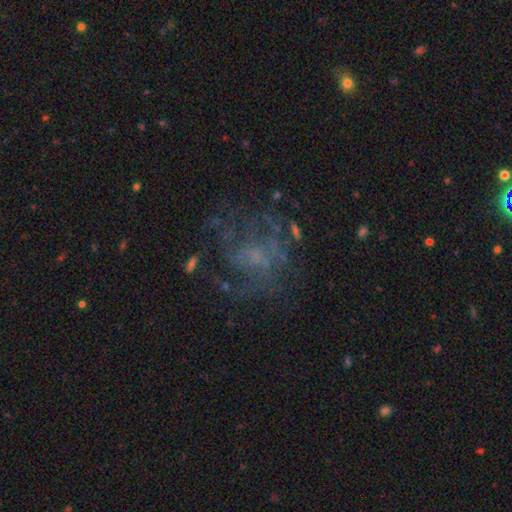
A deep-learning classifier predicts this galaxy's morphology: type=featured or disk (59%); edge-on=no (98%); bar=no (77%); spiral arms=no (56%); bulge=none (42%); merging=none (56%).